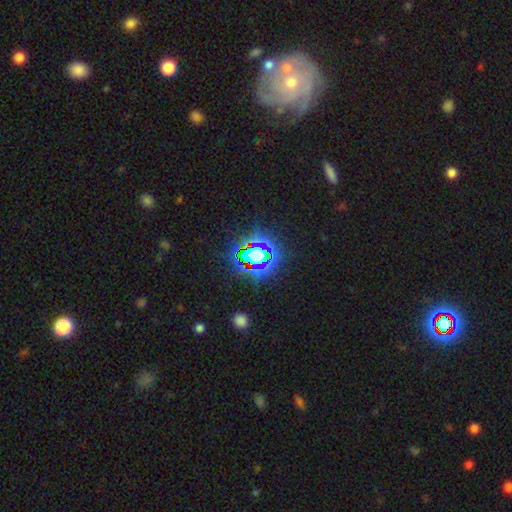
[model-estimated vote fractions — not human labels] The model was most divided on "smooth or featured": star or artifact: 71%, smooth: 17%, featured or disk: 12%.